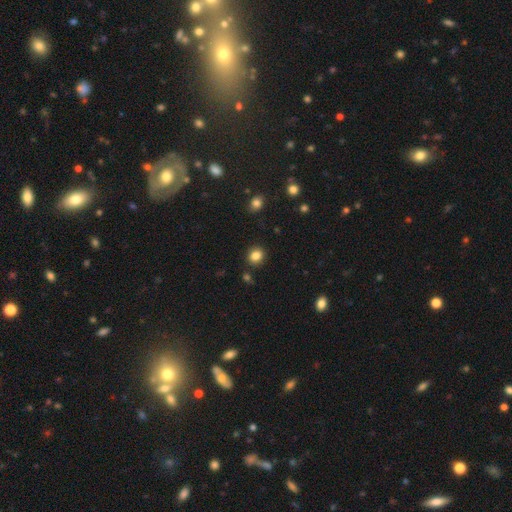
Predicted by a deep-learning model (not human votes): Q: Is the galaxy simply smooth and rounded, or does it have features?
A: smooth — 84%.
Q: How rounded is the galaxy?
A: round — 77%.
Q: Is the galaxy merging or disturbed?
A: none — 88%.